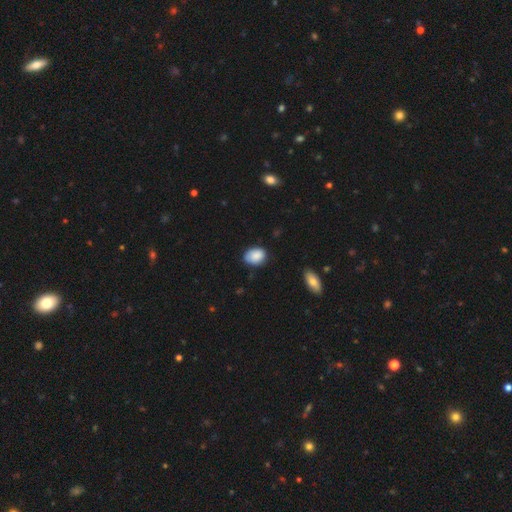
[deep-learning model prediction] Smooth or featured? Predicted: smooth (p=0.86). How rounded? Predicted: in between (p=0.73). Merging? Predicted: none (p=0.70).